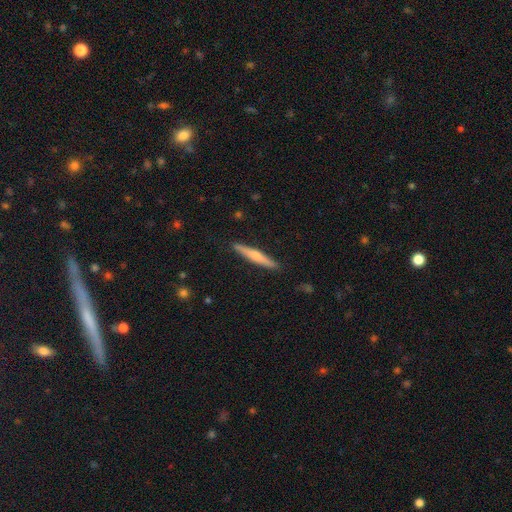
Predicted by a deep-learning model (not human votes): Smooth or featured? Predicted: featured or disk (p=0.48). Merging? Predicted: none (p=0.90).